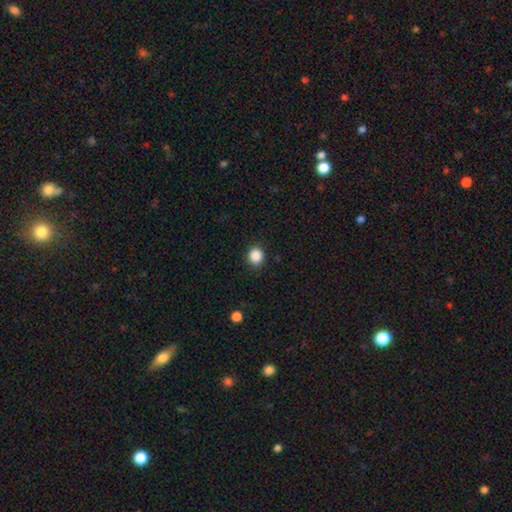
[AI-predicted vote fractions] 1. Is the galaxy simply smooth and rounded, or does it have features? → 87% smooth, 10% star or artifact, 3% featured or disk.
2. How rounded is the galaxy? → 86% round, 13% in between, 1% cigar-shaped.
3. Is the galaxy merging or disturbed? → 89% none, 7% minor disturbance, 2% major disturbance, 1% merger.